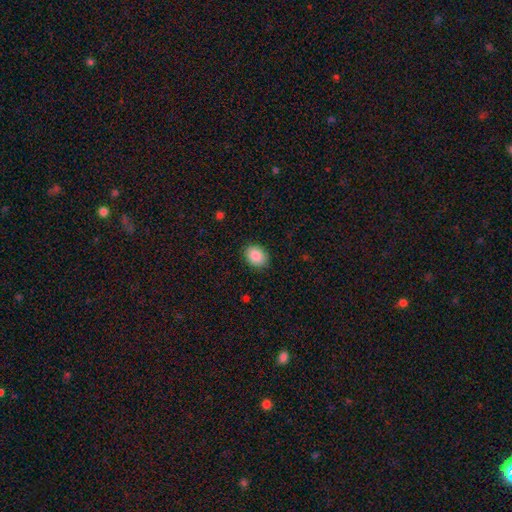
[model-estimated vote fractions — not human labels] smooth 89%, star or artifact 7%, featured or disk 4%. Down the decision tree: how rounded — in between (63%); merging — none (88%).